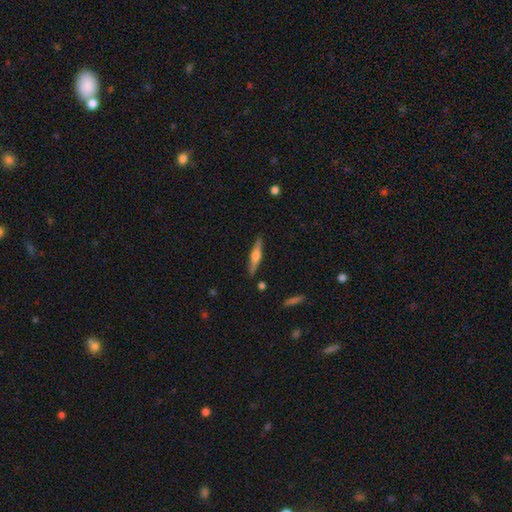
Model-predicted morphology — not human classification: Smooth or featured? Predicted: featured or disk (p=0.63). Edge-on disk? Predicted: yes (p=0.97). Edge-on bulge? Predicted: rounded (p=0.84). Merging? Predicted: none (p=0.89).